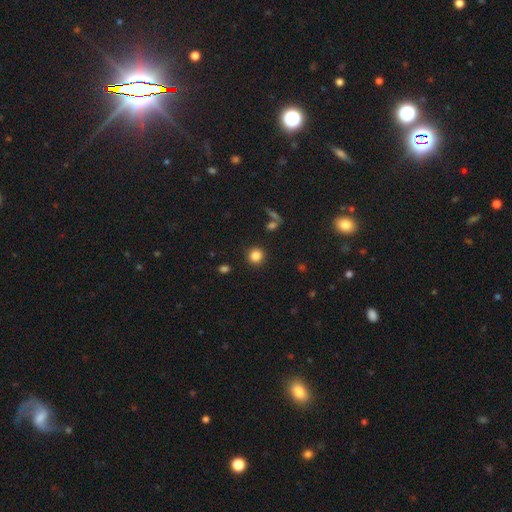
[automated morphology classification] Smooth or featured? smooth (84%)
How rounded? round (93%)
Merging? none (89%)